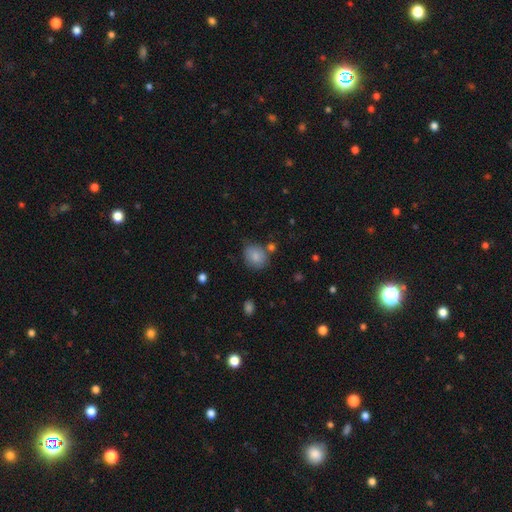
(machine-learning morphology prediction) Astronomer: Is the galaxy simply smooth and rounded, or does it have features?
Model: smooth — 83%.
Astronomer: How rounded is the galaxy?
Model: round — 61% (runner-up: in between, 38%).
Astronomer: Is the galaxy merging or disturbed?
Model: none — 66%.